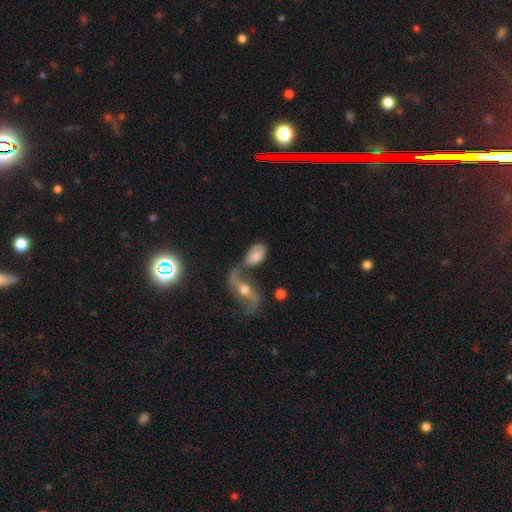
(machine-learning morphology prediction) Q: Smooth or featured?
A: smooth (52%); runner-up: featured or disk (39%)
Q: How rounded?
A: in between (91%); runner-up: round (6%)
Q: Merging?
A: merger (45%); runner-up: none (31%)